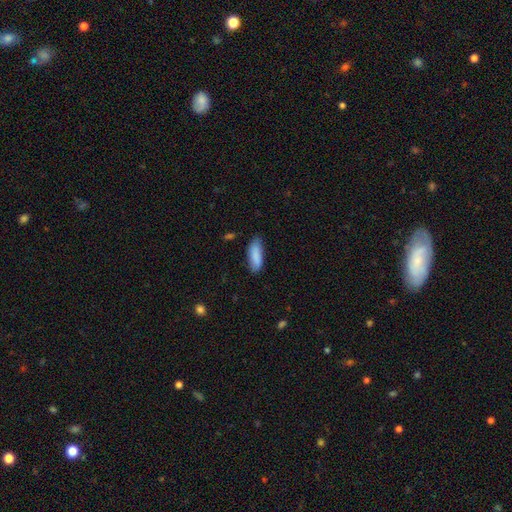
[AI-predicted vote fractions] Smooth or featured: smooth — 87% (featured or disk — 7%)
How rounded: in between — 66% (cigar-shaped — 32%)
Merging: none — 77% (minor disturbance — 19%)